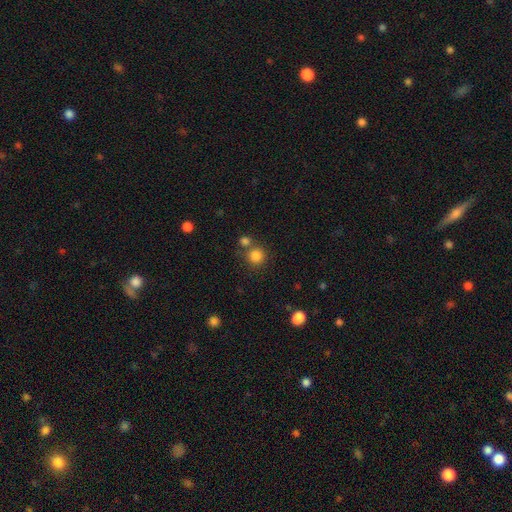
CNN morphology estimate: Overall: smooth (83%). How rounded: round (92%). Merging: none (67%).